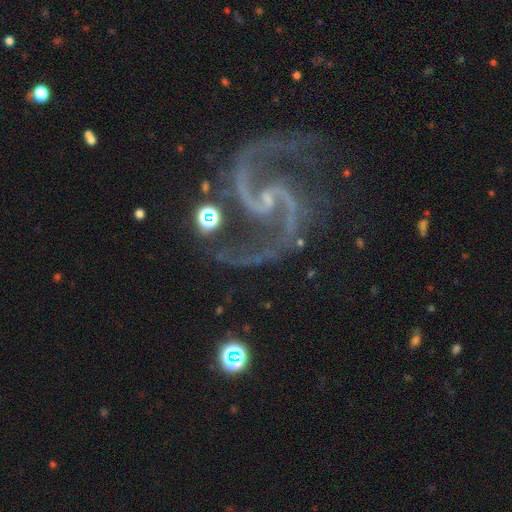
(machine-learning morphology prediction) smooth_or_featured: featured or disk (p=0.94) [alt: star or artifact p=0.04]
disk_edge_on: no (p=0.98) [alt: yes p=0.02]
bar: weak (p=0.47) [alt: no p=0.30]
has_spiral_arms: yes (p=0.99) [alt: no p=0.01]
spiral_winding: medium (p=0.61) [alt: loose p=0.29]
spiral_arm_count: 2 (p=0.95) [alt: 3 p=0.01]
bulge_size: small (p=0.70) [alt: none p=0.21]
merging: none (p=0.73) [alt: minor disturbance p=0.16]